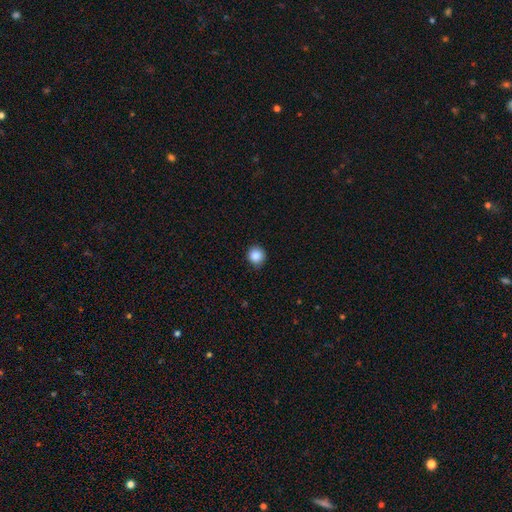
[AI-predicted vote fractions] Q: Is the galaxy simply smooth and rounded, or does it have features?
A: smooth — 88%.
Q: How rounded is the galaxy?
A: round — 90%.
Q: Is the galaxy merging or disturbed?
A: none — 88%.